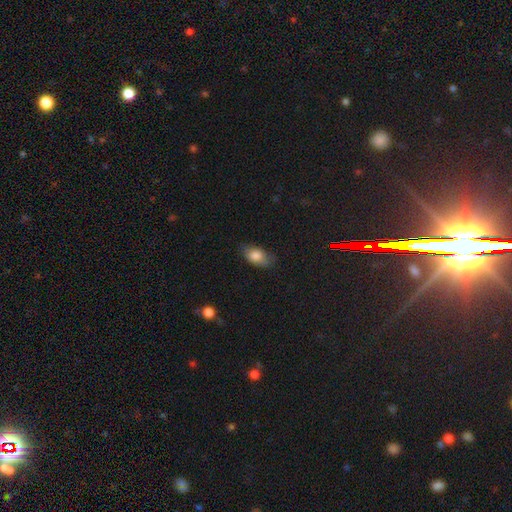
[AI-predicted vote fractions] Overall: smooth (81%). How rounded: in between (88%). Merging: none (70%).